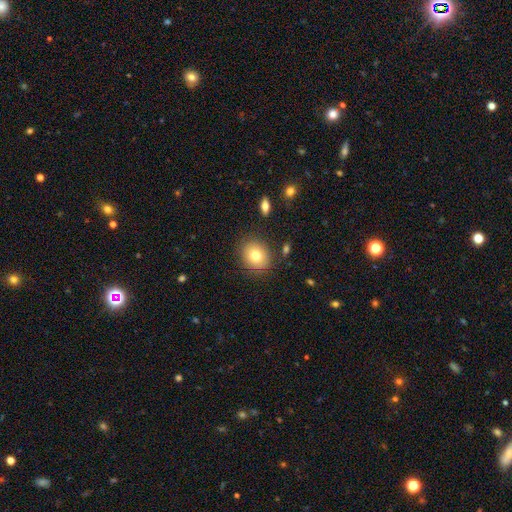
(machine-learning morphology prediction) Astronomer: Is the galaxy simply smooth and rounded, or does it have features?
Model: smooth — 78%.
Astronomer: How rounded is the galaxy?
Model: round — 70%.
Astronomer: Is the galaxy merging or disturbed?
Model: none — 85%.